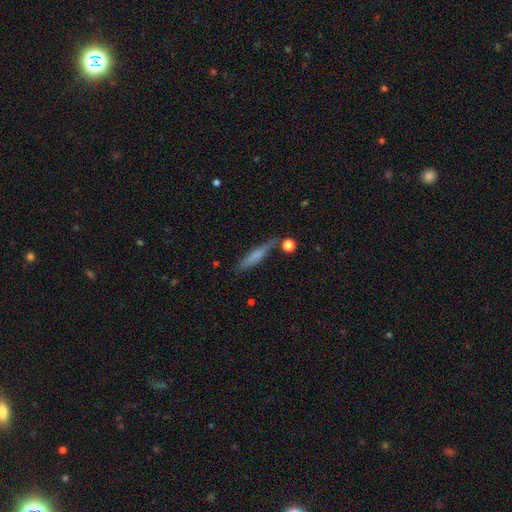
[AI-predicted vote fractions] smooth-or-featured: smooth: 63% | featured or disk: 29% | star or artifact: 8%
  how-rounded: cigar-shaped: 88% | in between: 10% | round: 2%
  merging: none: 72% | minor disturbance: 17% | merger: 7% | major disturbance: 5%